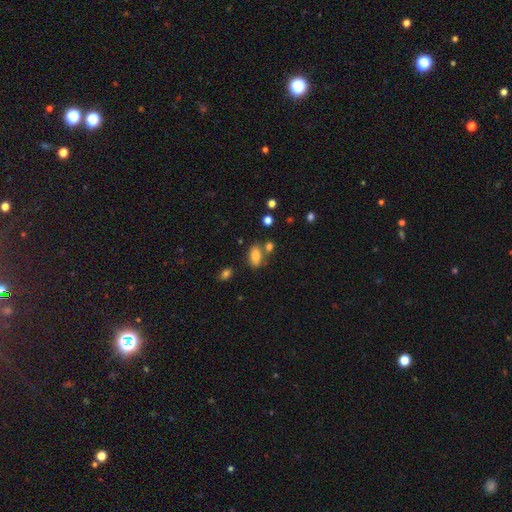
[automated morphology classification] type=smooth (79%); roundness=in between (85%); merging=none (68%).